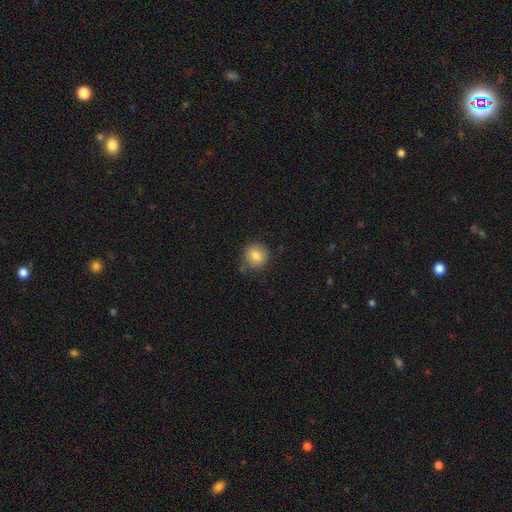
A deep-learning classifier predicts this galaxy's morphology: Smooth or featured?
  - smooth: 82% *
  - star or artifact: 9%
  - featured or disk: 8%
How rounded?
  - round: 90% *
  - in between: 9%
  - cigar-shaped: 1%
Merging?
  - none: 80% *
  - minor disturbance: 15%
  - major disturbance: 3%
  - merger: 3%